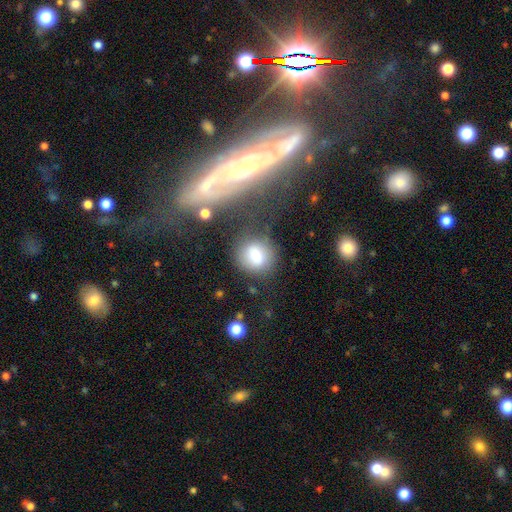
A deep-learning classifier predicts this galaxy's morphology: A smooth galaxy with no disk features (75%) that is round (80%).

Vote fractions:
- Smooth or featured? smooth: 75% / featured or disk: 14% / star or artifact: 11%
- How rounded? round: 80% / in between: 19% / cigar-shaped: 1%
- Merging? none: 76% / minor disturbance: 13% / merger: 6% / major disturbance: 5%